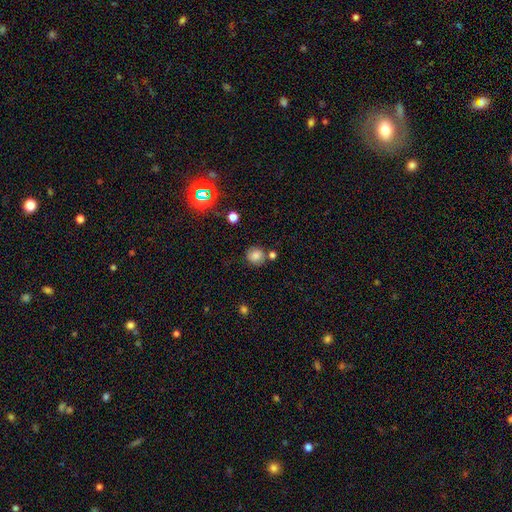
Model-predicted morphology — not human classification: Smooth or featured?
  - smooth: 78% *
  - star or artifact: 13%
  - featured or disk: 10%
How rounded?
  - round: 88% *
  - in between: 11%
  - cigar-shaped: 1%
Merging?
  - none: 72% *
  - minor disturbance: 13%
  - merger: 12%
  - major disturbance: 4%